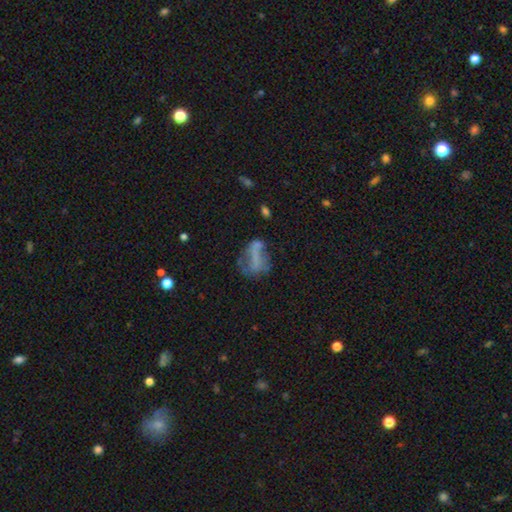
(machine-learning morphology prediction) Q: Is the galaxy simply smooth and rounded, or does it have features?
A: smooth — 42%, tied with featured or disk.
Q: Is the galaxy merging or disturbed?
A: none — 35%.